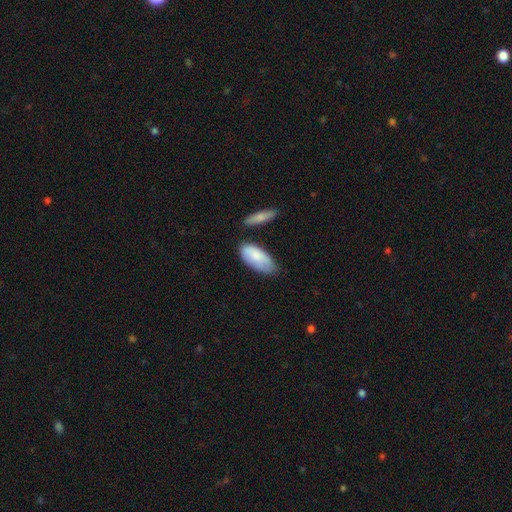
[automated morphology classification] smooth 82%, featured or disk 13%, star or artifact 5%. Down the decision tree: how rounded — in between (90%); merging — none (61%).